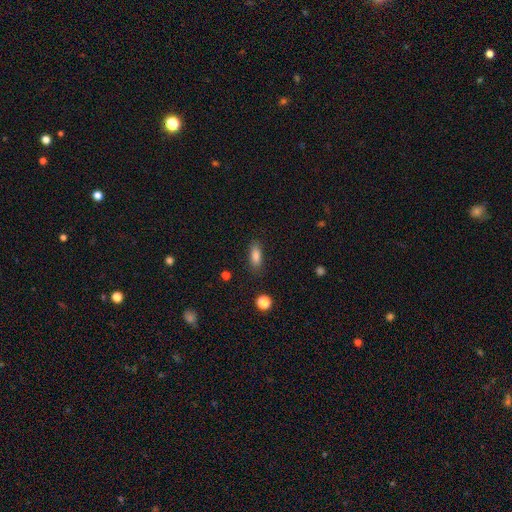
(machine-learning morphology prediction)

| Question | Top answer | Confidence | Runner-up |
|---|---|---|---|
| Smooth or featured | smooth | 84% | star or artifact (9%) |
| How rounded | in between | 75% | cigar-shaped (22%) |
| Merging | none | 83% | minor disturbance (12%) |